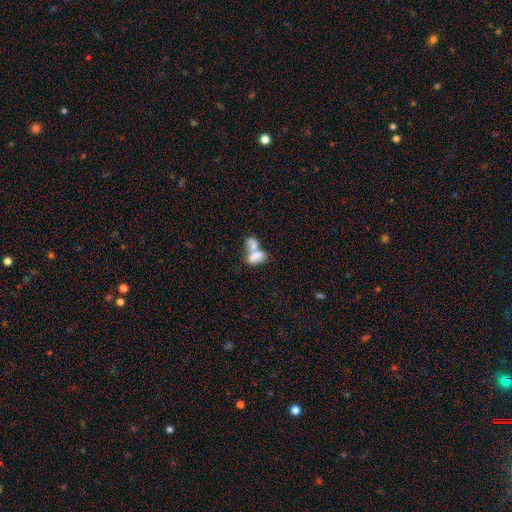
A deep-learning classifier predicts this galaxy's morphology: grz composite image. It shows a smooth galaxy with no disk features (69%) that is in between round and cigar-shaped (86%). Merging: merger (75%).